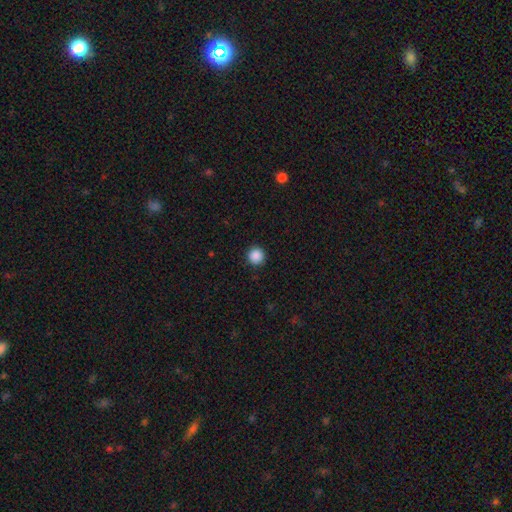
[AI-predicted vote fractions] This is clearly a smooth galaxy (88%). How rounded: clearly round (96%). Merging: clearly none (92%).